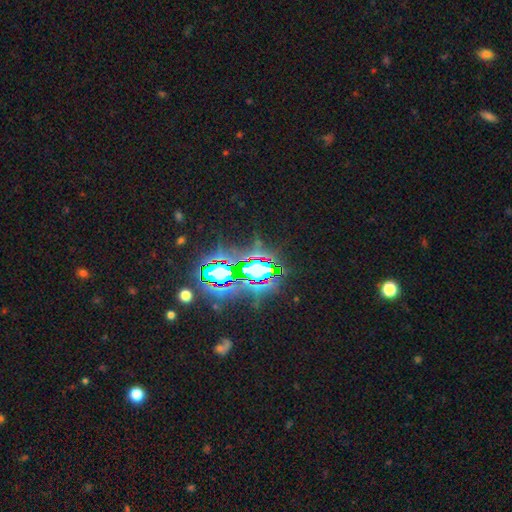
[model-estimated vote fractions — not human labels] A star or artifact, not a galaxy (85%).